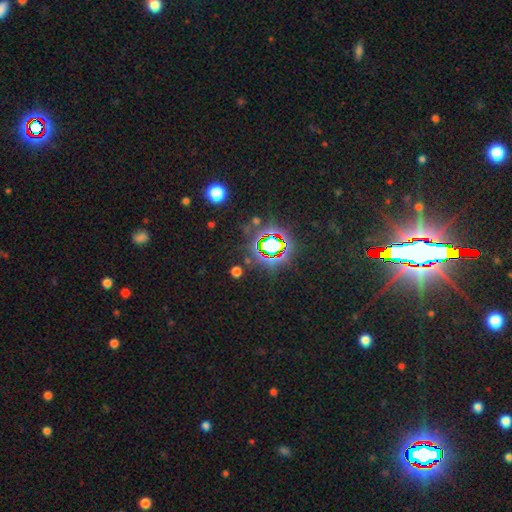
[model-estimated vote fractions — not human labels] Q: Smooth or featured?
A: star or artifact (84%); runner-up: smooth (8%)